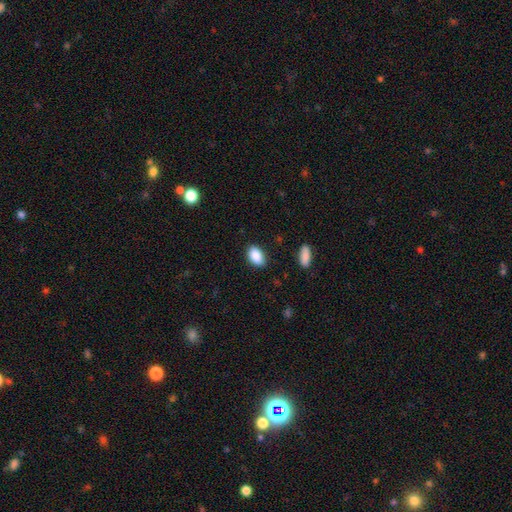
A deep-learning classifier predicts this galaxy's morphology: smooth_or_featured: smooth (p=0.88) [alt: star or artifact p=0.08]
how_rounded: in between (p=0.90) [alt: round p=0.09]
merging: none (p=0.82) [alt: minor disturbance p=0.14]